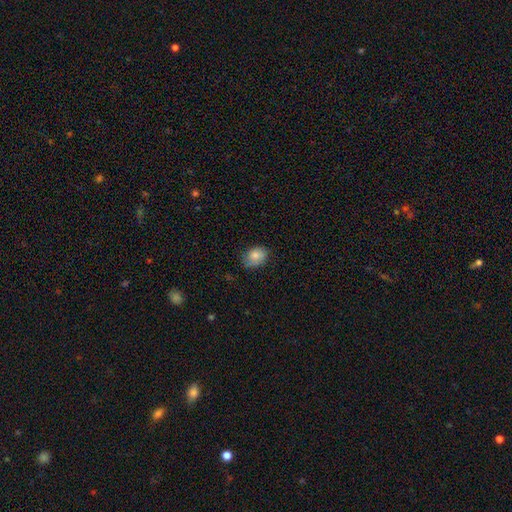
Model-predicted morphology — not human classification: Smooth or featured?
  - smooth: 81% *
  - featured or disk: 11%
  - star or artifact: 8%
How rounded?
  - in between: 73% *
  - round: 26%
  - cigar-shaped: 1%
Merging?
  - none: 70% *
  - minor disturbance: 24%
  - major disturbance: 4%
  - merger: 1%